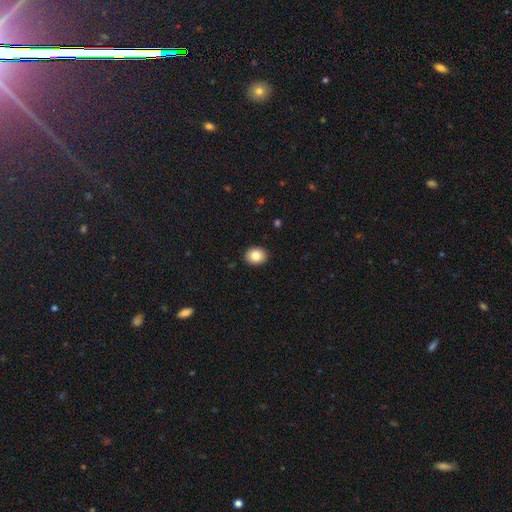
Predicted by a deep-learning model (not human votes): smooth 83%, star or artifact 9%, featured or disk 8%. Down the decision tree: how rounded — round (56%); merging — none (91%).